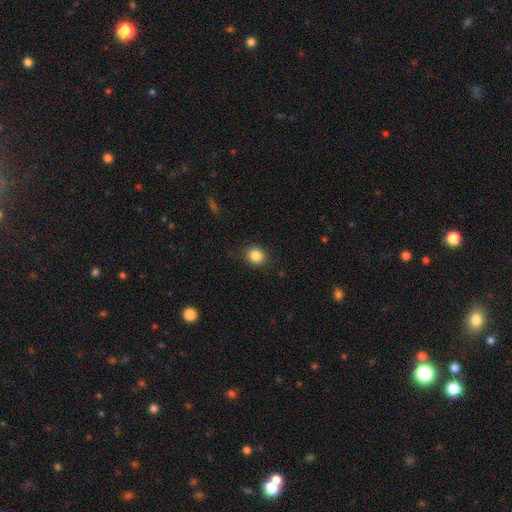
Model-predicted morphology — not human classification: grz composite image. It shows a smooth galaxy with no disk features (85%) that is round (75%). Merging: none (87%).